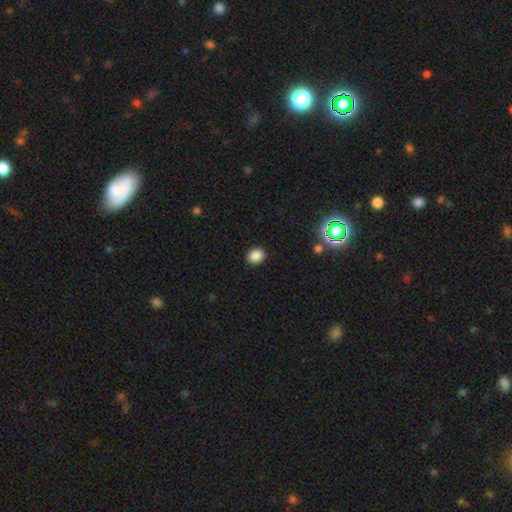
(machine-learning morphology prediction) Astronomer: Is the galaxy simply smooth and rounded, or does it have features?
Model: smooth — 87%.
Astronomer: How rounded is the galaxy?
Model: in between — 53% (runner-up: round, 46%).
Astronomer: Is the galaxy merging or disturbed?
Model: none — 91%.